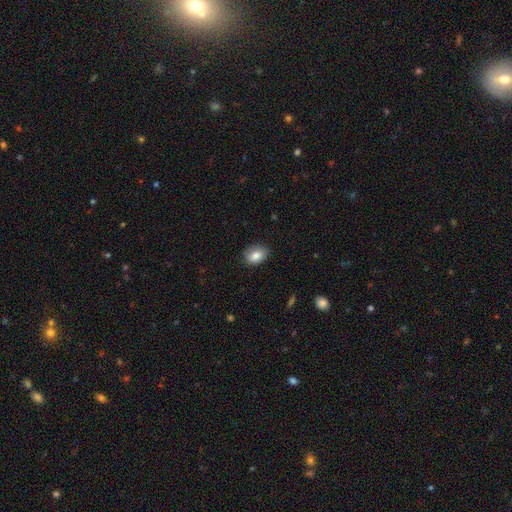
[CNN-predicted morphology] A smooth galaxy with no disk features (82%) that is in between round and cigar-shaped (74%). Merging: none (80%).